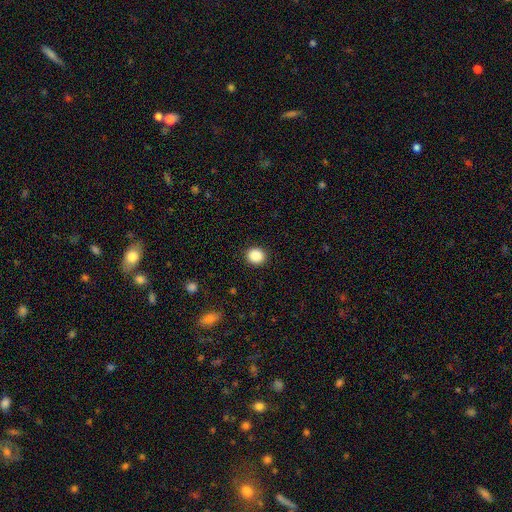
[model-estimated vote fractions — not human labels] Smooth or featured? Predicted: smooth (p=0.88). How rounded? Predicted: round (p=0.84). Merging? Predicted: none (p=0.92).